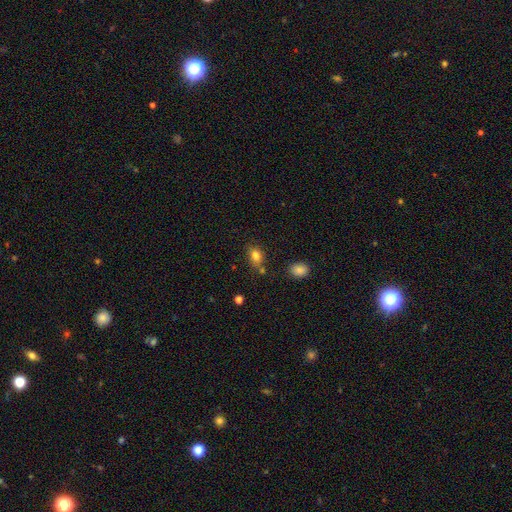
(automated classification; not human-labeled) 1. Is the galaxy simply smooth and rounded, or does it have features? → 81% smooth, 11% star or artifact, 8% featured or disk.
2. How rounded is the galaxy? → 72% in between, 27% round, 2% cigar-shaped.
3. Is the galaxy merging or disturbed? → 68% none, 18% minor disturbance, 10% merger, 5% major disturbance.